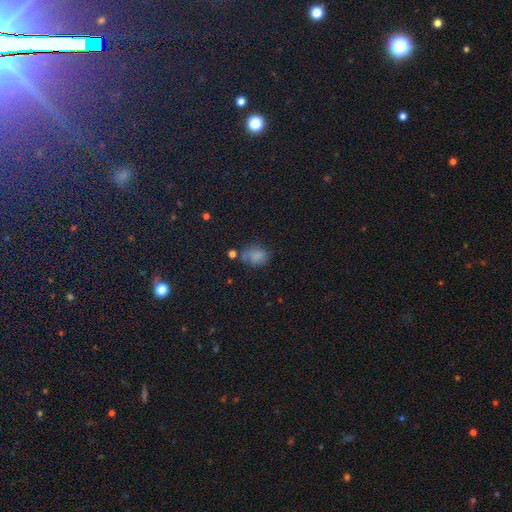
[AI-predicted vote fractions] Smooth or featured? smooth (72%)
How rounded? in between (62%)
Merging? none (49%)